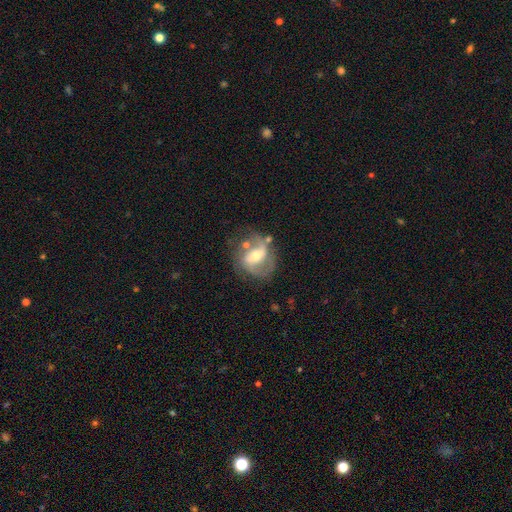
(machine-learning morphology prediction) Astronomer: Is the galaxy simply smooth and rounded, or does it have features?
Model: featured or disk — 79%.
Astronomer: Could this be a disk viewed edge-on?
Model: no — 96%.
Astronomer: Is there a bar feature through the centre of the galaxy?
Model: weak — 42% (runner-up: strong, 36%).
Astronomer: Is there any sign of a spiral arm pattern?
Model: yes — 87%.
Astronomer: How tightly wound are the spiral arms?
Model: medium — 47% (runner-up: loose, 36%).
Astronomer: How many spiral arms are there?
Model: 2 — 82%.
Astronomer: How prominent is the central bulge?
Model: moderate — 63%.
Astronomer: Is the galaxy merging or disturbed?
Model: none — 59%.